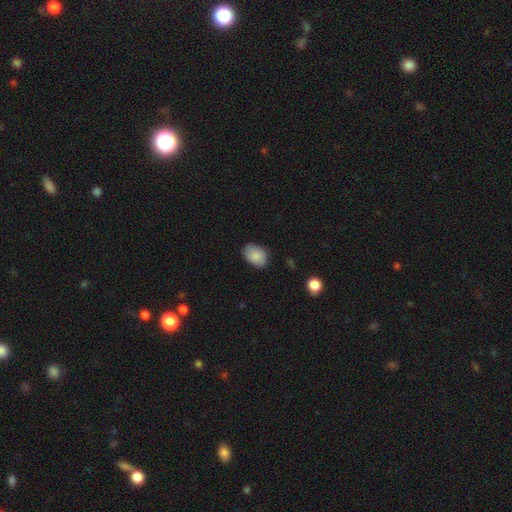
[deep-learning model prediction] smooth-or-featured: smooth: 85% | featured or disk: 8% | star or artifact: 7%
  how-rounded: in between: 80% | round: 19% | cigar-shaped: 1%
  merging: none: 79% | minor disturbance: 17% | major disturbance: 3% | merger: 1%